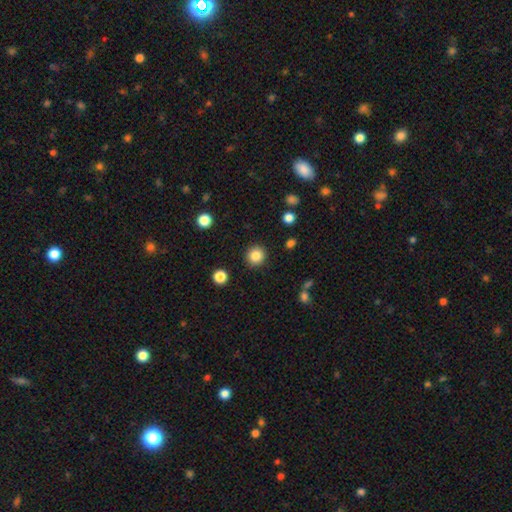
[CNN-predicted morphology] A smooth galaxy with no disk features (85%) that is round (94%). Merging: none (91%).